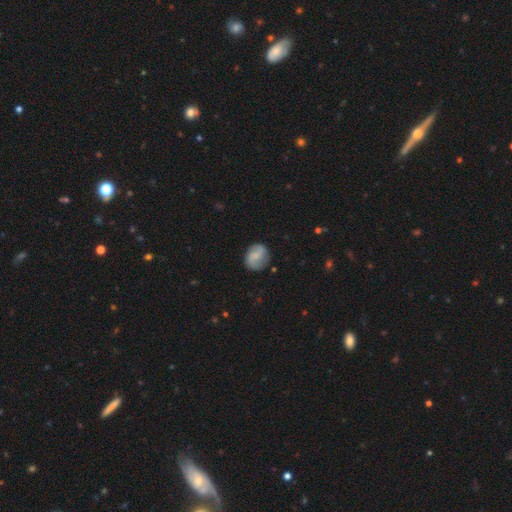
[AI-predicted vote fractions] Smooth or featured? featured or disk (55%)
Edge-on disk? no (98%)
Bar? weak (47%)
Spiral arms? yes (91%)
Bulge size? none (38%)
Merging? none (81%)